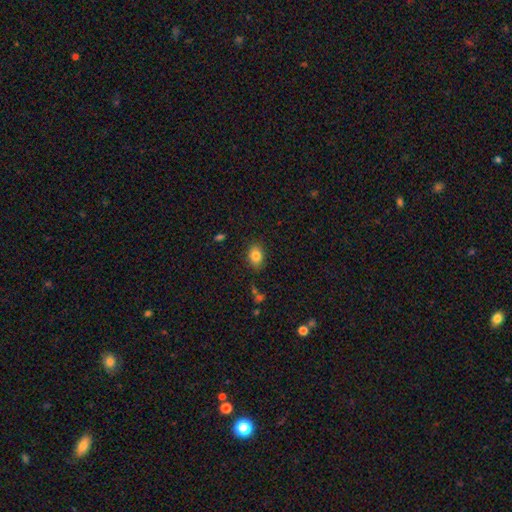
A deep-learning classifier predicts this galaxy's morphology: Smooth or featured? Predicted: smooth (p=0.83). How rounded? Predicted: in between (p=0.74). Merging? Predicted: none (p=0.83).